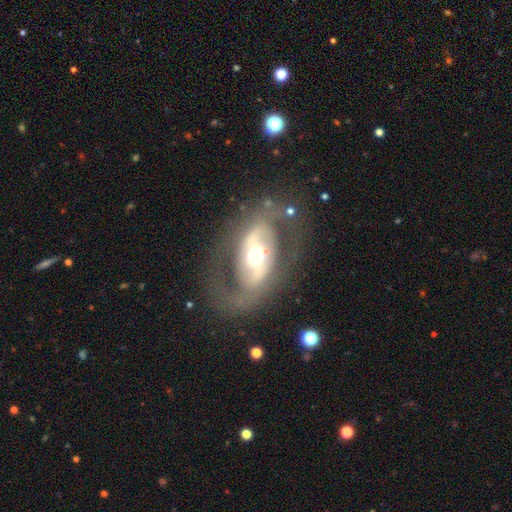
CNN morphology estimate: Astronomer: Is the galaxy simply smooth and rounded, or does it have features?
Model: featured or disk — 78%.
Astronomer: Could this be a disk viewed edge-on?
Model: no — 93%.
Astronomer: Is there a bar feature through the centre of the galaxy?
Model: strong — 40% (runner-up: no, 34%).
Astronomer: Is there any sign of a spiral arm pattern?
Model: yes — 64%.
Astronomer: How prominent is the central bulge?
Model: moderate — 61%.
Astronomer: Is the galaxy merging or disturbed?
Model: none — 71%.